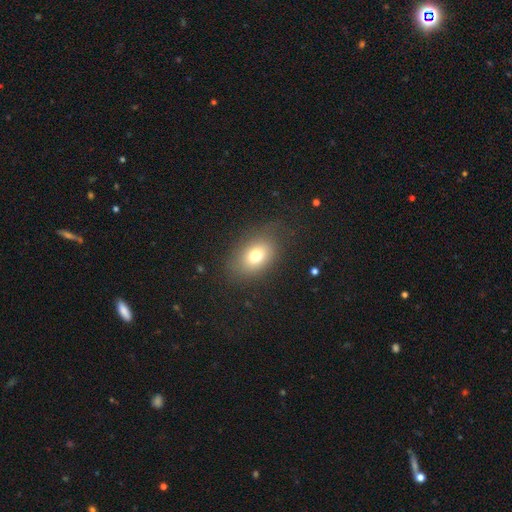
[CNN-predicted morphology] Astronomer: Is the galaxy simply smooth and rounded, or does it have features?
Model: smooth — 74%.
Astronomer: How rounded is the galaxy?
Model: in between — 75%.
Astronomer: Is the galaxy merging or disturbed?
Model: none — 74%.